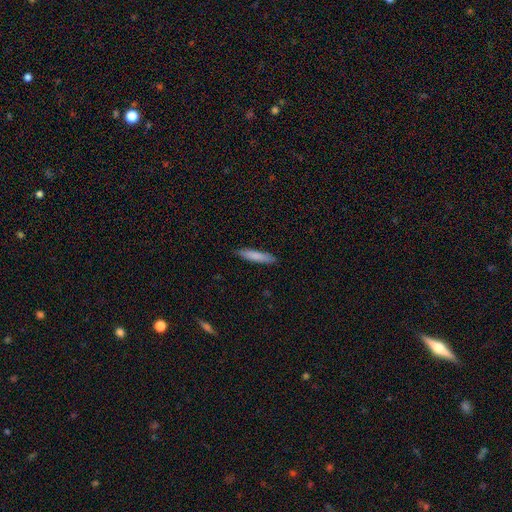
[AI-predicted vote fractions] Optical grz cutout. It shows a smooth galaxy with no disk features (82%) that is cigar-shaped (86%). Merging: none (88%).